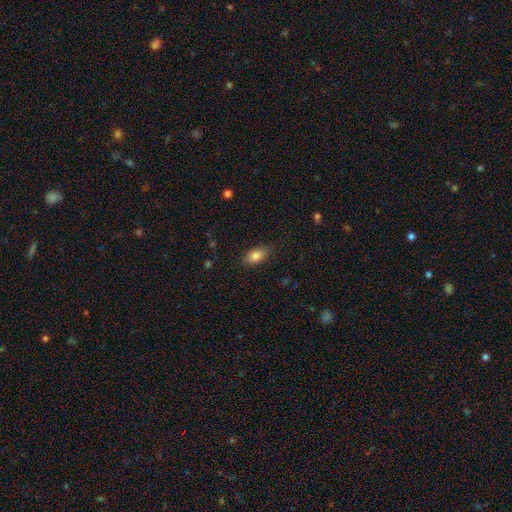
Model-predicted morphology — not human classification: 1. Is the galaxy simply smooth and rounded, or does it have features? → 84% smooth, 8% star or artifact, 8% featured or disk.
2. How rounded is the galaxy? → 88% in between, 7% round, 4% cigar-shaped.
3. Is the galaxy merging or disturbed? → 84% none, 12% minor disturbance, 3% major disturbance, 1% merger.